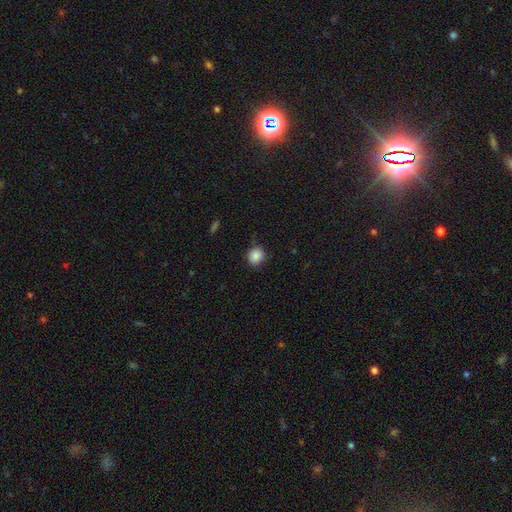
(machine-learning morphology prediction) type=smooth (87%); roundness=round (85%); merging=none (80%).